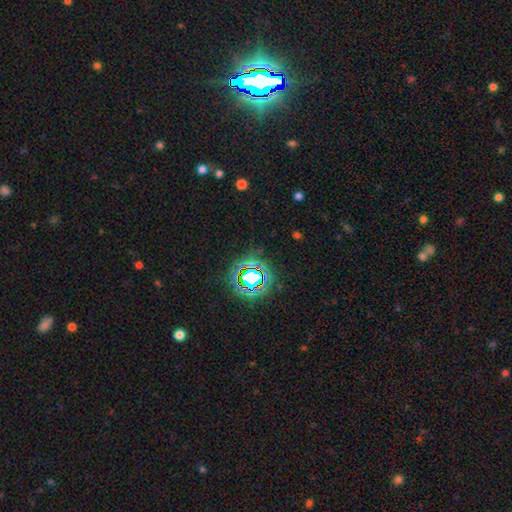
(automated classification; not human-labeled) This is likely a star or artifact rather than a galaxy (80%).